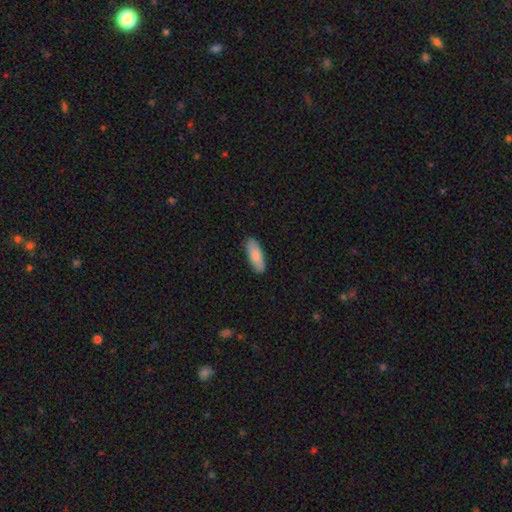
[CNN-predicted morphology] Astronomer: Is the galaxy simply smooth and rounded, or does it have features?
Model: smooth — 84%.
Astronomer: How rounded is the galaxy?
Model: in between — 67%.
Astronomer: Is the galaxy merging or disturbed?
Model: none — 88%.